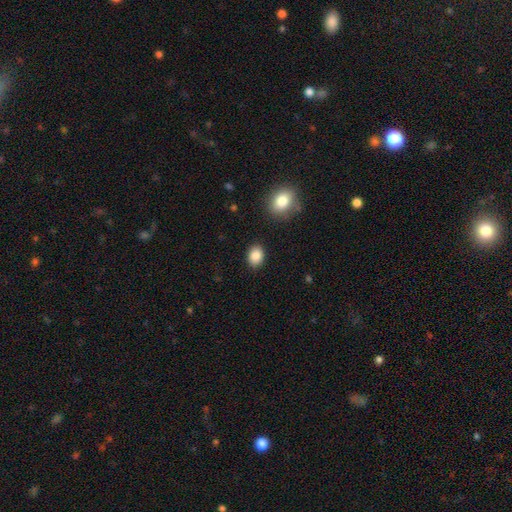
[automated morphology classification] Q: Smooth or featured?
A: smooth (87%); runner-up: star or artifact (9%)
Q: How rounded?
A: in between (61%); runner-up: round (38%)
Q: Merging?
A: none (88%); runner-up: minor disturbance (8%)